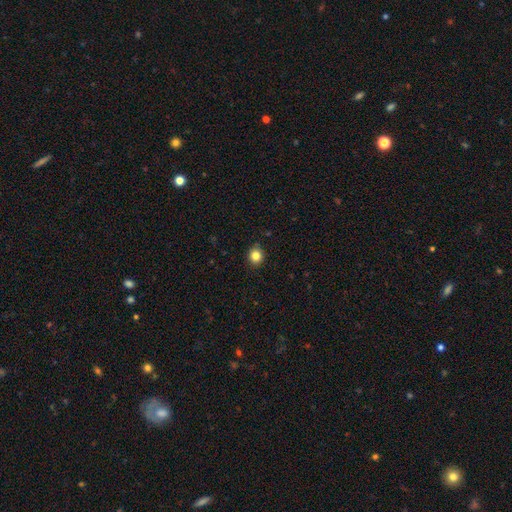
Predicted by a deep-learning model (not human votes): Overall: smooth (83%). How rounded: round (83%). Merging: none (89%).